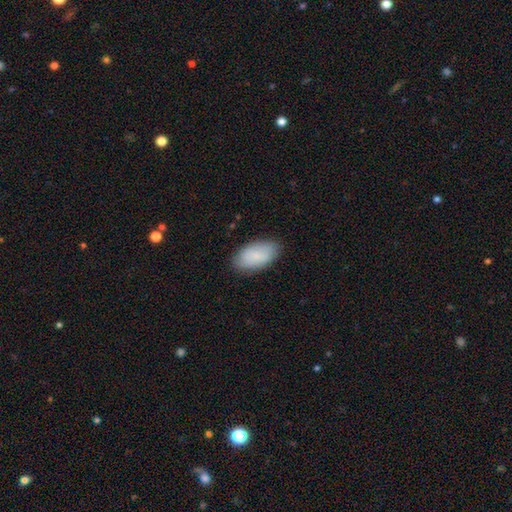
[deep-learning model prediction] smooth-or-featured: smooth: 83% | featured or disk: 11% | star or artifact: 6%
  how-rounded: in between: 95% | round: 3% | cigar-shaped: 2%
  merging: none: 84% | minor disturbance: 13% | major disturbance: 3% | merger: 1%